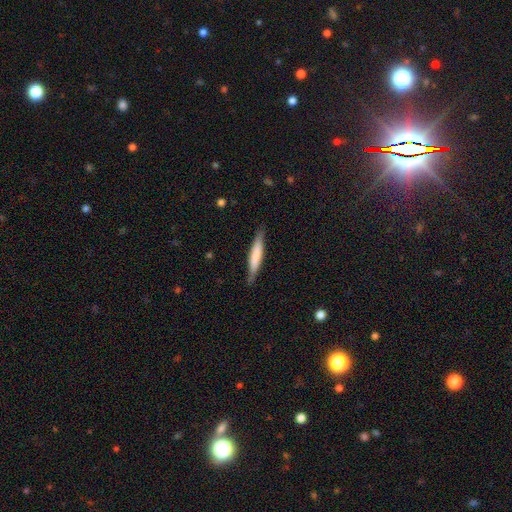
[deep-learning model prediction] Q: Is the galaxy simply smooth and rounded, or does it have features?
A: smooth — 65%.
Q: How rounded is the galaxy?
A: cigar-shaped — 91%.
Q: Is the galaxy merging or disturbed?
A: none — 83%.